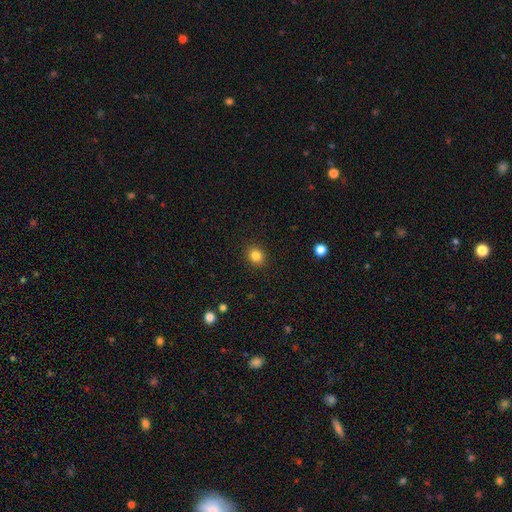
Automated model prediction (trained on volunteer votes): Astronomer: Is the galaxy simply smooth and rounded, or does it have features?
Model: smooth — 83%.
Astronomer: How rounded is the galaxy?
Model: round — 72%.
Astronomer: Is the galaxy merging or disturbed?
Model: none — 91%.